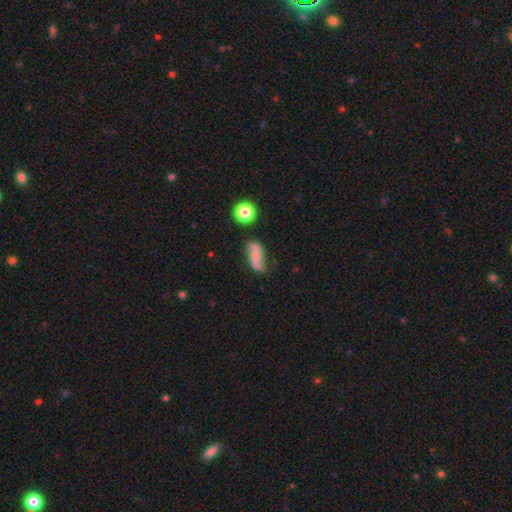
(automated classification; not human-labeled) Smooth or featured? featured or disk (46%)
Merging? none (52%)